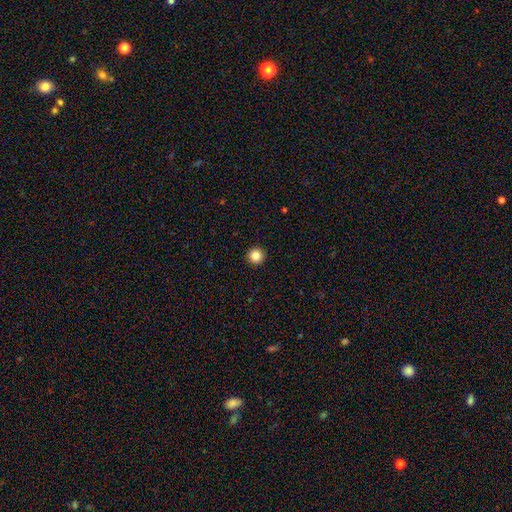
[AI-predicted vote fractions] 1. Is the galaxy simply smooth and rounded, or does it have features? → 85% smooth, 10% star or artifact, 5% featured or disk.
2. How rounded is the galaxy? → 96% round, 3% in between, 1% cigar-shaped.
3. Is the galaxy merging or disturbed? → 94% none, 4% minor disturbance, 1% major disturbance, 1% merger.